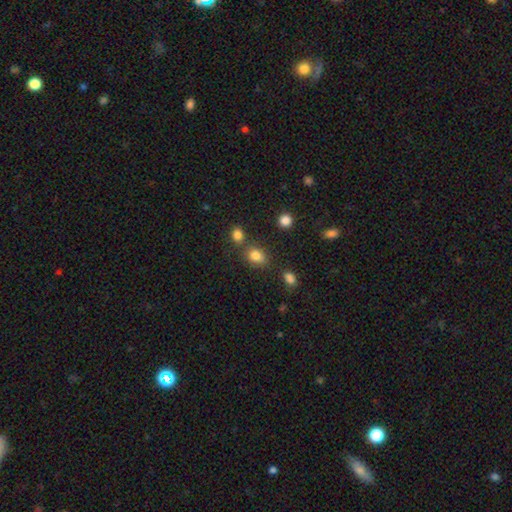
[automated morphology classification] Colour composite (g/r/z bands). It shows a smooth galaxy with no disk features (81%) that is in between round and cigar-shaped (63%). Merging: none (64%).